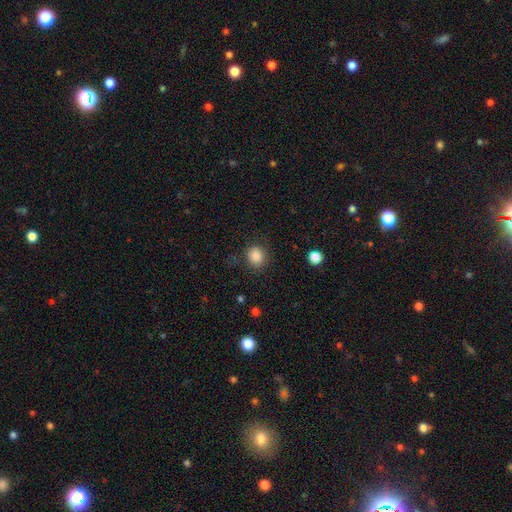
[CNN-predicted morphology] This is clearly a smooth galaxy (86%). How rounded: clearly round (84%). Merging: clearly none (85%).